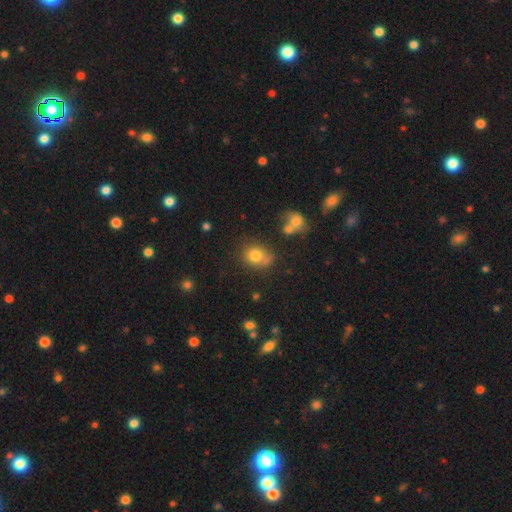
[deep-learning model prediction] This is likely a smooth galaxy (79%). How rounded: possibly round (58%). Merging: possibly none (56%).